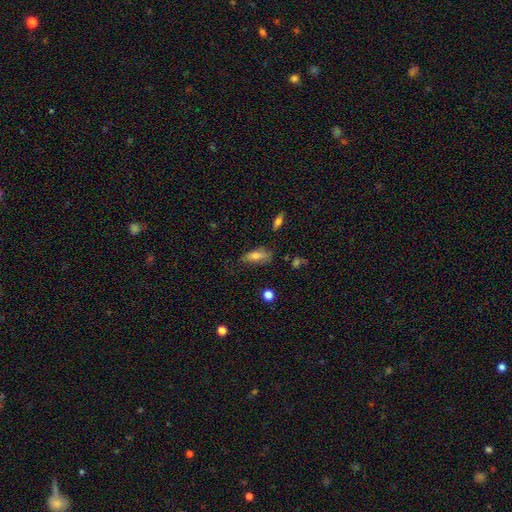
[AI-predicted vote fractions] Morphology: type=smooth (71%); roundness=in between (71%); merging=none (61%).